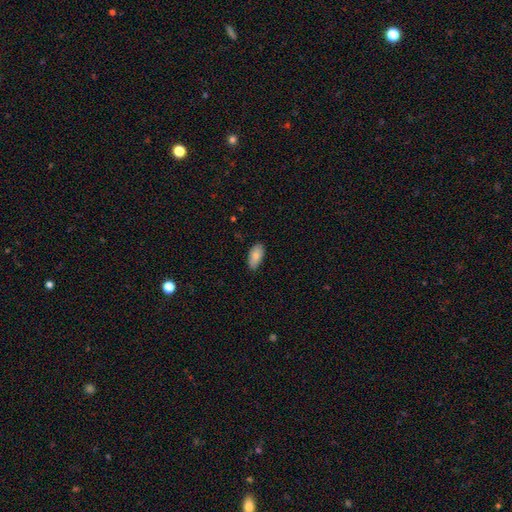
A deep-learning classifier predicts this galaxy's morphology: Q: Smooth or featured?
A: smooth (82%); runner-up: featured or disk (11%)
Q: How rounded?
A: in between (92%); runner-up: cigar-shaped (6%)
Q: Merging?
A: none (83%); runner-up: minor disturbance (14%)